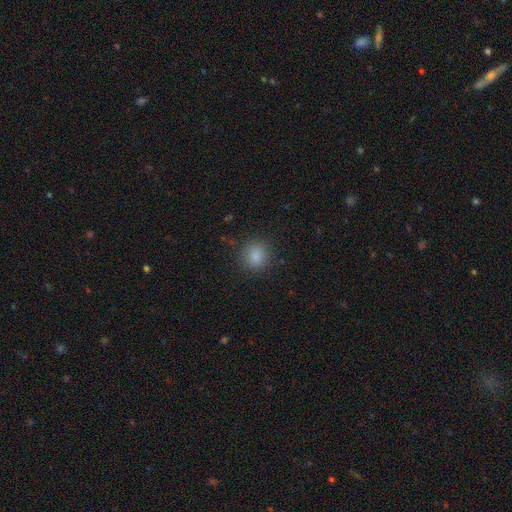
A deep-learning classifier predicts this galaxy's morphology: smooth-or-featured: smooth: 85% | star or artifact: 11% | featured or disk: 4%
  how-rounded: round: 78% | in between: 21% | cigar-shaped: 1%
  merging: none: 86% | minor disturbance: 9% | major disturbance: 3% | merger: 1%